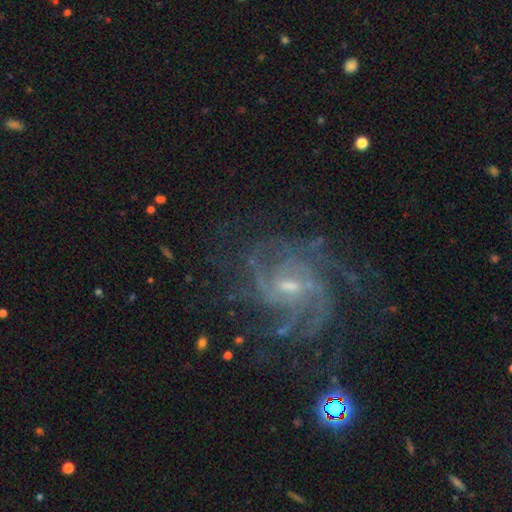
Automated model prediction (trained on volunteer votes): Morphology: type=featured or disk (87%); edge-on=no (97%); bar=weak (54%); spiral arms=yes (97%); winding=tight (49%); arm count=4 (24%); bulge=small (62%); merging=none (72%).